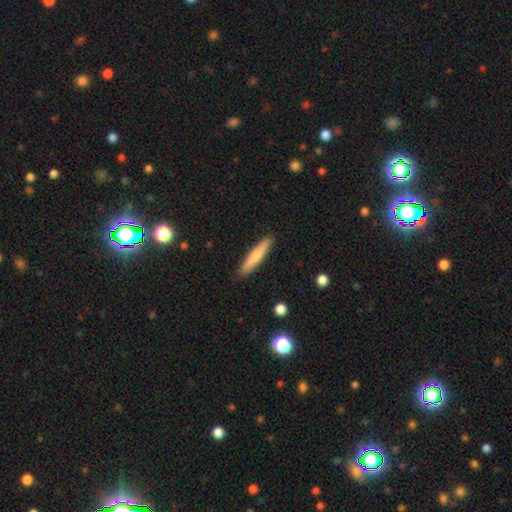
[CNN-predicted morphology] This is likely a smooth galaxy (68%). How rounded: clearly cigar-shaped (91%). Merging: clearly none (90%).